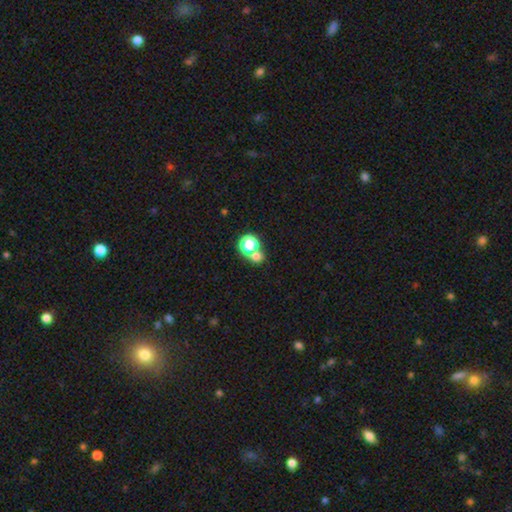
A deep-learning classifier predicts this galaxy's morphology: Overall: smooth (65%; star or artifact 26%). How rounded: round (81%). Merging: none (52%; merger 36%).